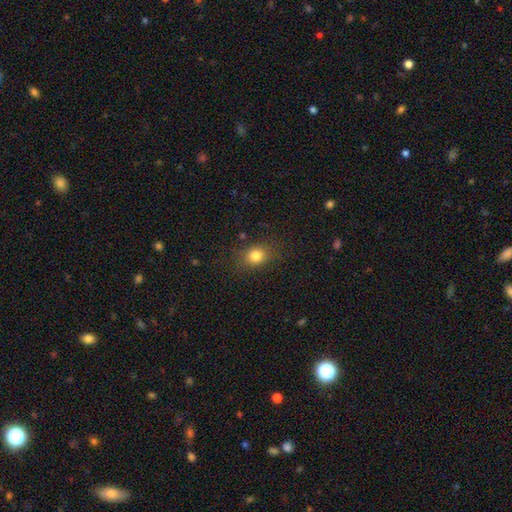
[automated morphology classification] type=smooth (81%); roundness=round (57%); merging=none (82%).